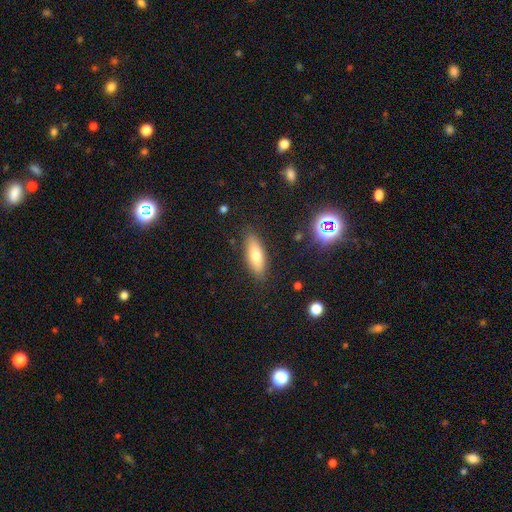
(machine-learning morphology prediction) Smooth or featured? Predicted: smooth (p=0.71). How rounded? Predicted: in between (p=0.59). Merging? Predicted: none (p=0.85).